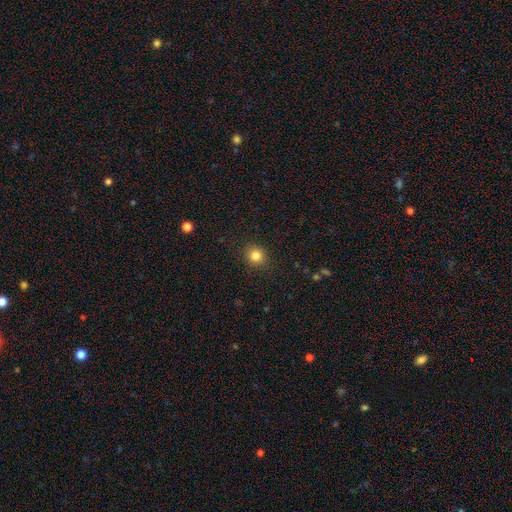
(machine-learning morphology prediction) The model was most divided on "smooth or featured": smooth: 83%, star or artifact: 12%, featured or disk: 5%. More confident: merging — none (90%); how rounded — round (86%).